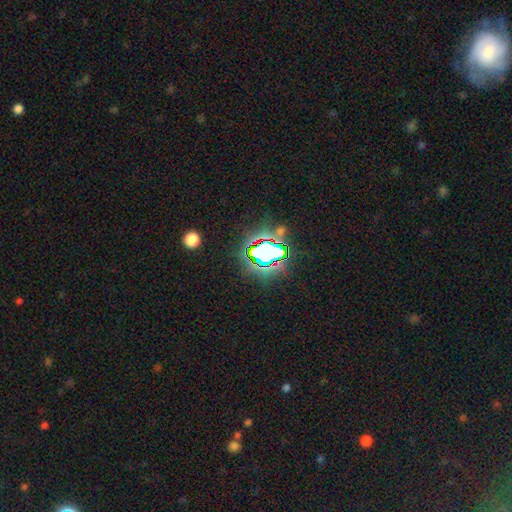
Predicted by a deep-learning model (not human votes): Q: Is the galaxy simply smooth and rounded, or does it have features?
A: star or artifact — 69%.